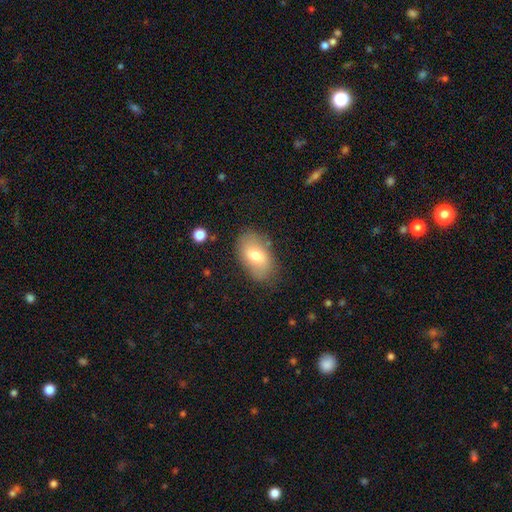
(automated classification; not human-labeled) Morphology: type=smooth (69%); roundness=in between (91%); merging=none (77%).